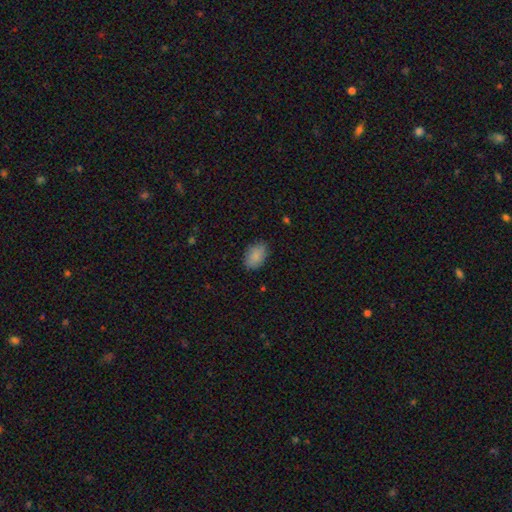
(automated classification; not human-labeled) Smooth or featured?
  - smooth: 86% *
  - star or artifact: 7%
  - featured or disk: 7%
How rounded?
  - in between: 88% *
  - round: 11%
  - cigar-shaped: 1%
Merging?
  - none: 82% *
  - minor disturbance: 14%
  - major disturbance: 3%
  - merger: 1%